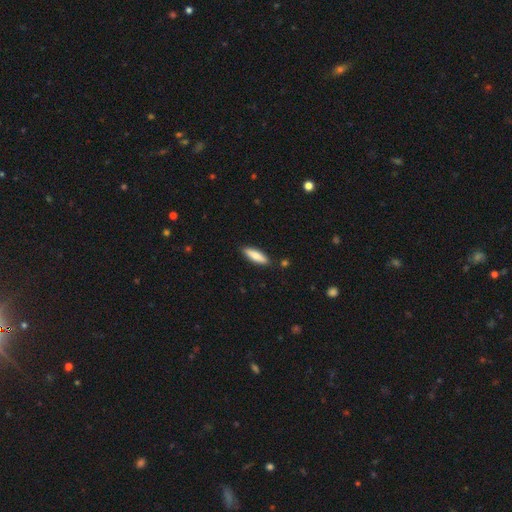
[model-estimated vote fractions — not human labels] This is likely a smooth galaxy (75%). How rounded: possibly cigar-shaped (58%). Merging: clearly none (88%).